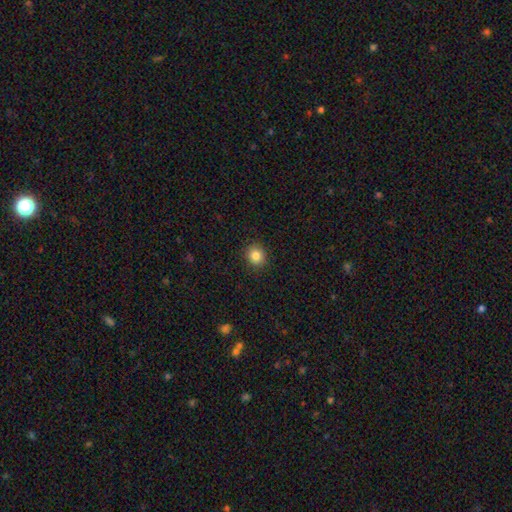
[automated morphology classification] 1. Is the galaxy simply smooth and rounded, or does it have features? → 85% smooth, 10% star or artifact, 5% featured or disk.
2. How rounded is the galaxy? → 83% round, 16% in between, 1% cigar-shaped.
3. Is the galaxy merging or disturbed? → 91% none, 6% minor disturbance, 2% major disturbance, 1% merger.